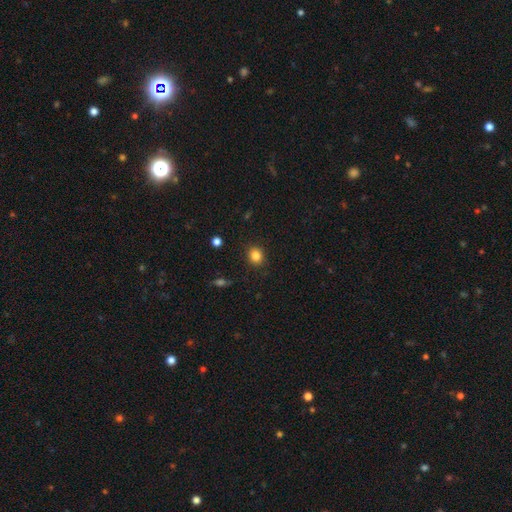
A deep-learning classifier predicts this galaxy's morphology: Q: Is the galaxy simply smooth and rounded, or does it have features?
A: smooth — 84%.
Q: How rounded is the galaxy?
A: round — 75%.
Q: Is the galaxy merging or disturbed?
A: none — 89%.